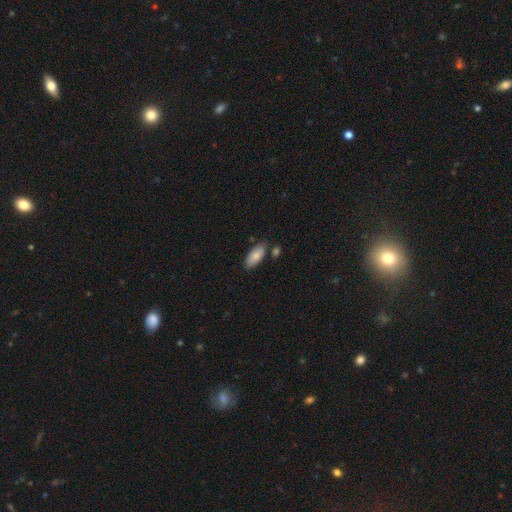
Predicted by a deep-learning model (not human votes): Morphology: type=smooth (83%); roundness=in between (88%); merging=none (75%).